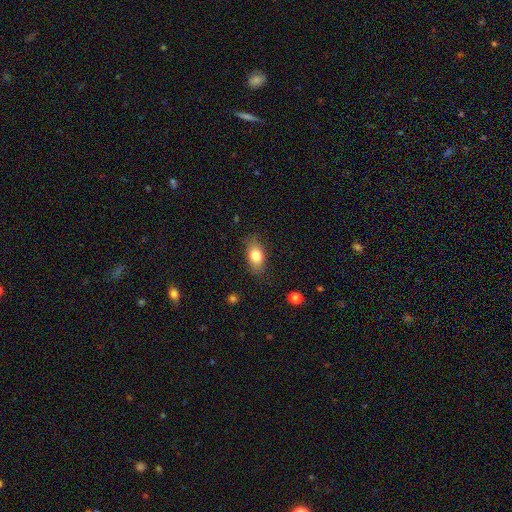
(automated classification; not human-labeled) smooth 81%, featured or disk 12%, star or artifact 8%. Down the decision tree: how rounded — in between (87%); merging — none (81%).